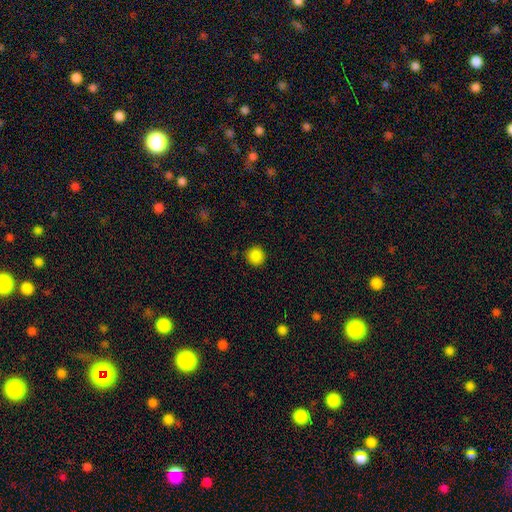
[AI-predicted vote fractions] Smooth or featured?
  - smooth: 87% *
  - star or artifact: 10%
  - featured or disk: 3%
How rounded?
  - round: 93% *
  - in between: 6%
  - cigar-shaped: 1%
Merging?
  - none: 90% *
  - minor disturbance: 6%
  - major disturbance: 2%
  - merger: 1%